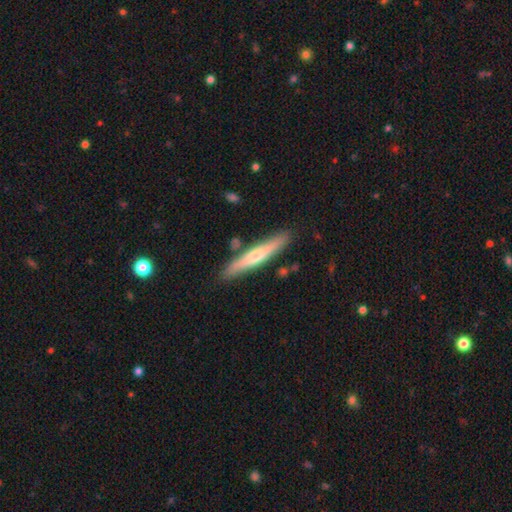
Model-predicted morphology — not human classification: smooth-or-featured: featured or disk: 53% | smooth: 41% | star or artifact: 6%
  disk-edge-on: yes: 93% | no: 7%
  merging: none: 85% | minor disturbance: 10% | merger: 3% | major disturbance: 2%